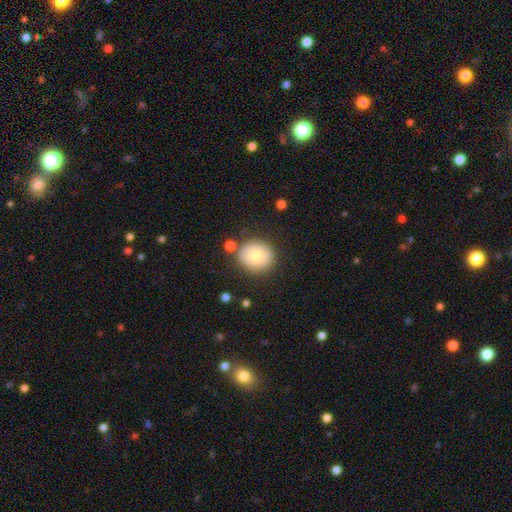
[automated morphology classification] smooth 76%, featured or disk 14%, star or artifact 9%. Down the decision tree: how rounded — round (80%); merging — none (81%).